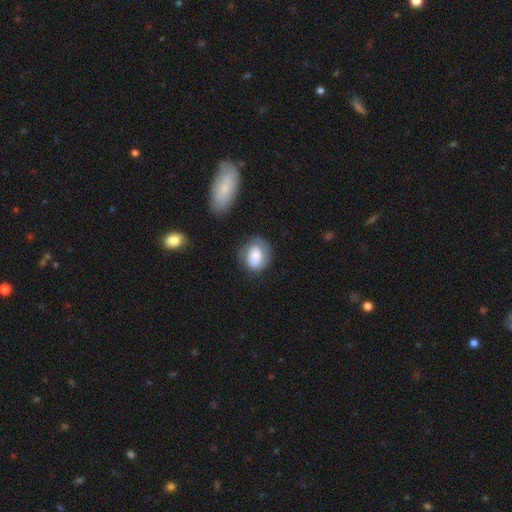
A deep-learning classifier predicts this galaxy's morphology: smooth 66%, featured or disk 26%, star or artifact 8%. Down the decision tree: how rounded — round (55%); merging — none (62%).